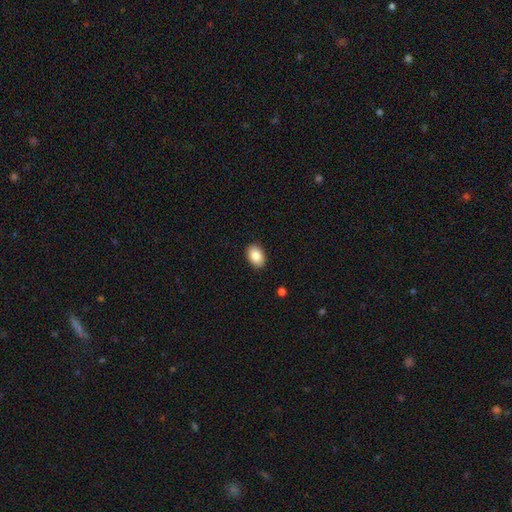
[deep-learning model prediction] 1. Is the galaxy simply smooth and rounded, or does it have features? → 86% smooth, 7% star or artifact, 7% featured or disk.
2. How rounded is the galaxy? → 85% in between, 14% round, 1% cigar-shaped.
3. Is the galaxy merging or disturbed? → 90% none, 7% minor disturbance, 2% major disturbance, 1% merger.